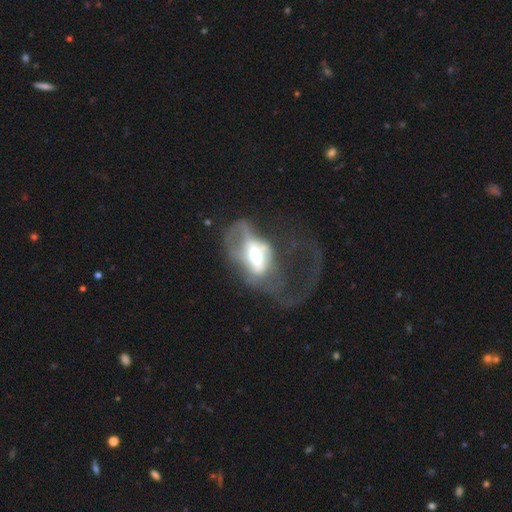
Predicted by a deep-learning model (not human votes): Overall: featured or disk (57%; smooth 35%). Edge-on disk: no (87%). Merging: major disturbance (67%).